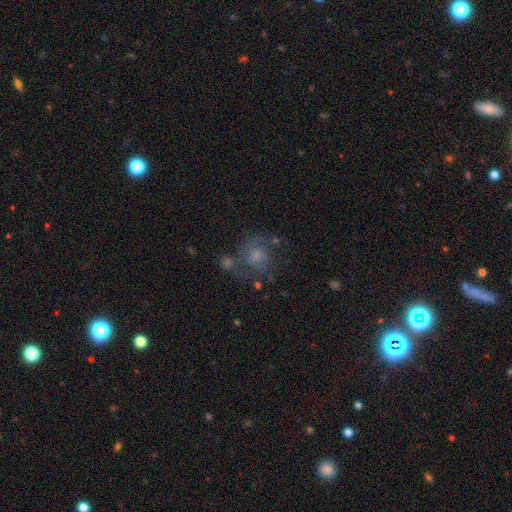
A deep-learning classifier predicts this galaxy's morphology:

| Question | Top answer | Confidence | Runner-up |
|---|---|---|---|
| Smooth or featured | featured or disk | 60% | smooth (27%) |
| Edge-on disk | no | 98% | yes (2%) |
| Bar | no | 74% | weak (23%) |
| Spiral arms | yes | 84% | no (16%) |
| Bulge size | small | 48% | moderate (35%) |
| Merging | none | 51% | minor disturbance (19%) |